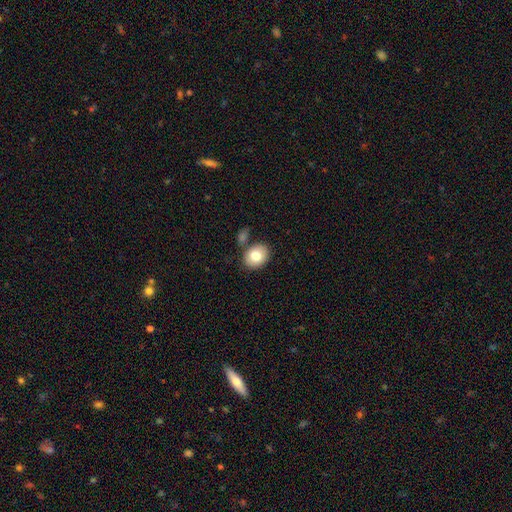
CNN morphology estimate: A smooth galaxy with no disk features (79%) that is in between round and cigar-shaped (52%).

Vote fractions:
- Smooth or featured? smooth: 79% / featured or disk: 13% / star or artifact: 8%
- How rounded? in between: 52% / round: 47% / cigar-shaped: 1%
- Merging? none: 70% / merger: 14% / minor disturbance: 13% / major disturbance: 4%